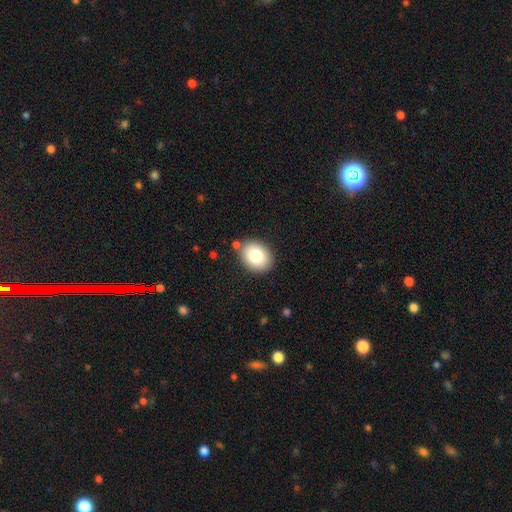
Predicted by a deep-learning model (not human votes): smooth-or-featured: smooth: 80% | featured or disk: 11% | star or artifact: 9%
  how-rounded: in between: 59% | round: 40% | cigar-shaped: 1%
  merging: none: 84% | minor disturbance: 10% | merger: 4% | major disturbance: 2%